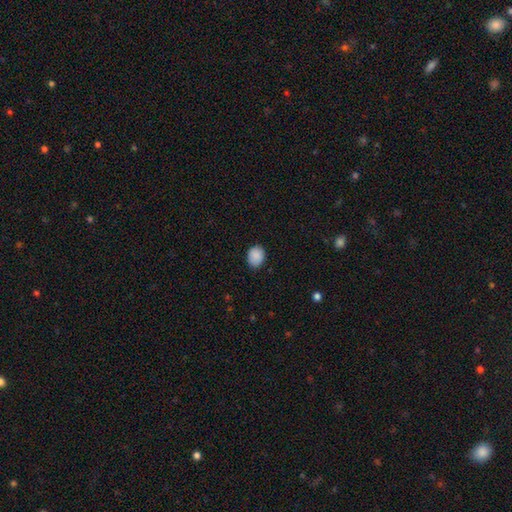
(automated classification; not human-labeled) Overall: smooth (89%). How rounded: round (53%; in between 46%). Merging: none (84%).